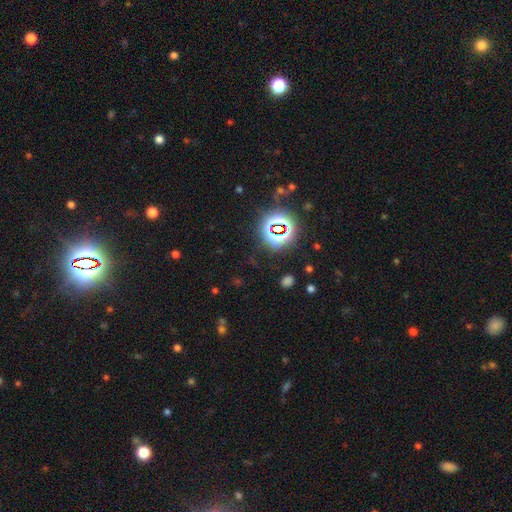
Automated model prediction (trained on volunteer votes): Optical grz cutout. It shows a star or artifact, not a galaxy (77%).